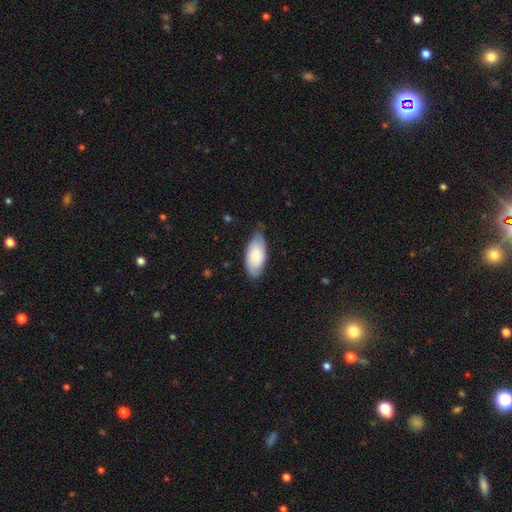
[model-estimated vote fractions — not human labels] The model was most divided on "smooth or featured": smooth: 65%, featured or disk: 30%, star or artifact: 6%. More confident: how rounded — in between (93%); merging — none (70%).